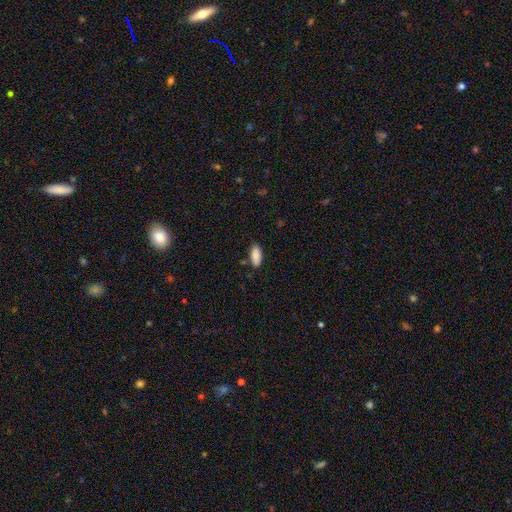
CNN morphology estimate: smooth 89%, star or artifact 7%, featured or disk 5%. Down the decision tree: how rounded — in between (88%); merging — none (79%).